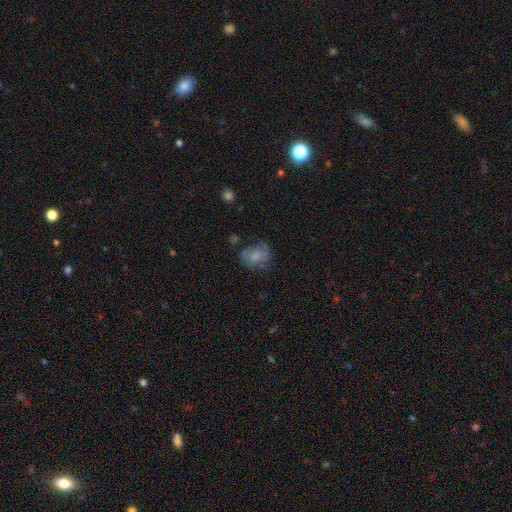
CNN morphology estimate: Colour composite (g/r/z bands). It shows a smooth galaxy with no disk features (65%) that is in between round and cigar-shaped (53%). Merging: none (54%).